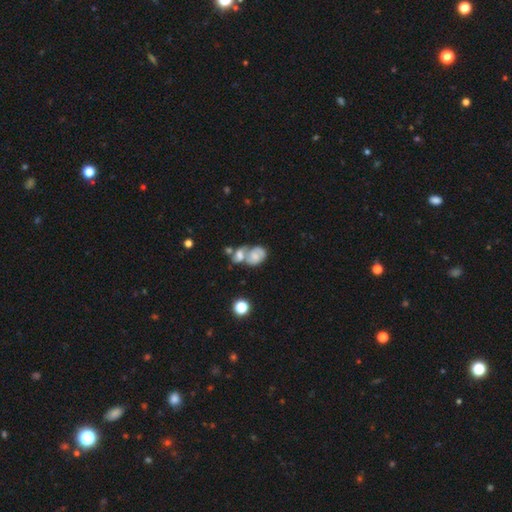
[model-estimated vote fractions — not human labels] Smooth or featured: featured or disk — 45% (tied with smooth — 45%)
Merging: merger — 63% (none — 18%)